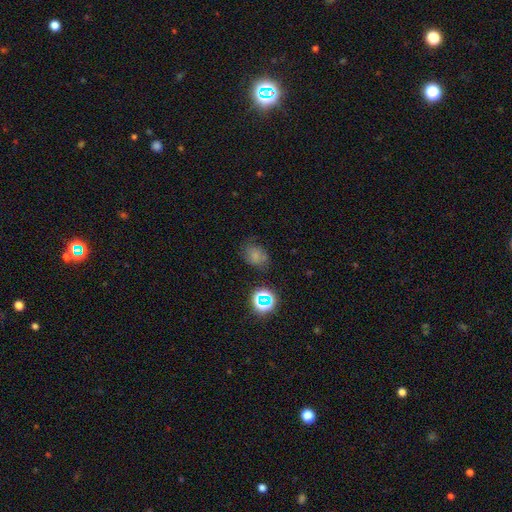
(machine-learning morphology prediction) Smooth or featured?
  - smooth: 68% *
  - star or artifact: 21%
  - featured or disk: 11%
How rounded?
  - in between: 59% *
  - round: 39%
  - cigar-shaped: 1%
Merging?
  - none: 63% *
  - minor disturbance: 24%
  - major disturbance: 8%
  - merger: 5%